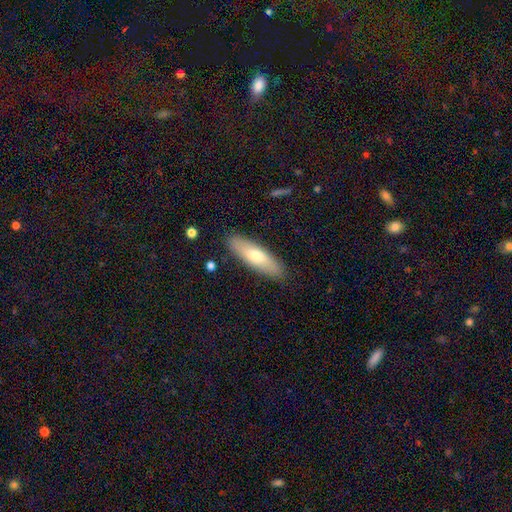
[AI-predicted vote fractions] Q: Smooth or featured?
A: smooth (66%); runner-up: featured or disk (28%)
Q: How rounded?
A: cigar-shaped (55%); runner-up: in between (43%)
Q: Merging?
A: none (88%); runner-up: minor disturbance (9%)